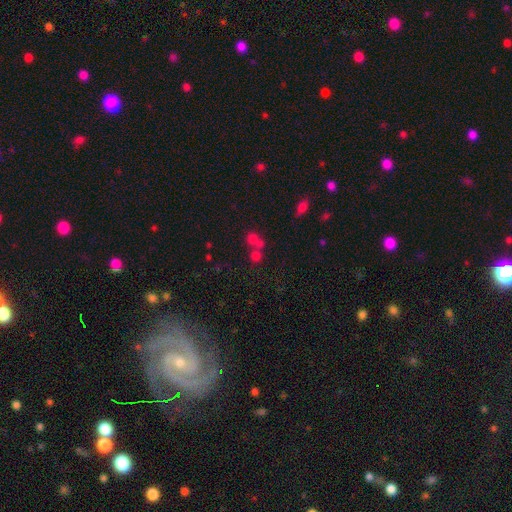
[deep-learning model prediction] Overall: smooth (63%; star or artifact 24%). How rounded: round (83%). Merging: none (46%; merger 44%).